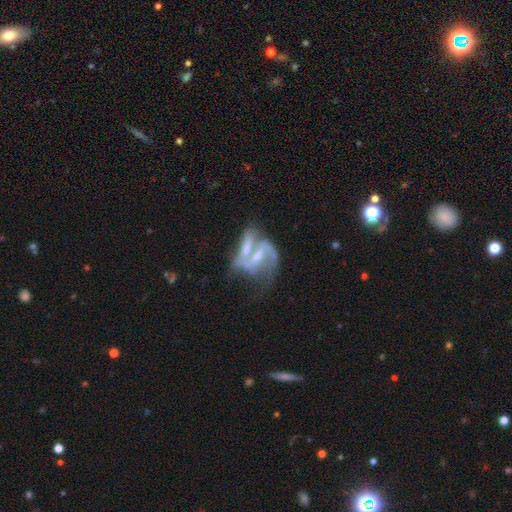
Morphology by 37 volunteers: Smooth or featured? featured or disk (68%)
Edge-on disk? no (100%)
Bar? no (44%)
Spiral arms? yes (60%)
Spiral winding? loose (53%)
Spiral arm count? can't tell (47%)
Bulge size? moderate (40%)
Merging? merger (66%)